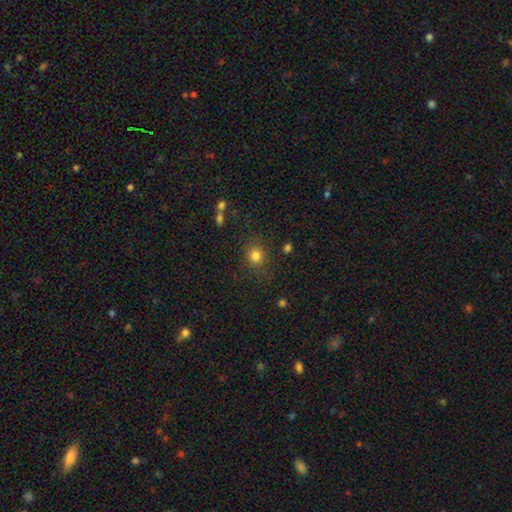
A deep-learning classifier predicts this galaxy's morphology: smooth_or_featured: smooth (p=0.81) [alt: star or artifact p=0.13]
how_rounded: round (p=0.78) [alt: in between p=0.20]
merging: none (p=0.81) [alt: minor disturbance p=0.11]